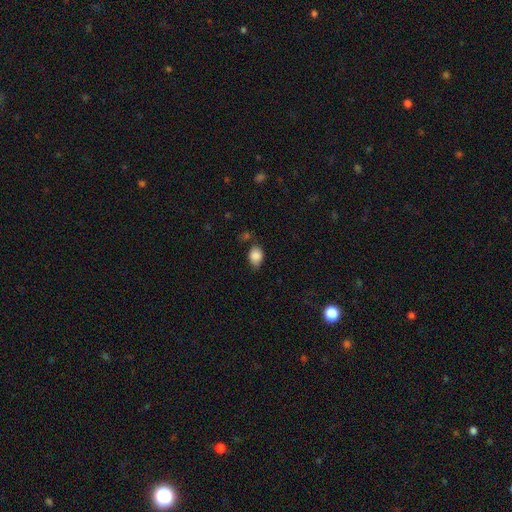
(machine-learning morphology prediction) A smooth galaxy with no disk features (87%) that is in between round and cigar-shaped (76%). Merging: none (62%).